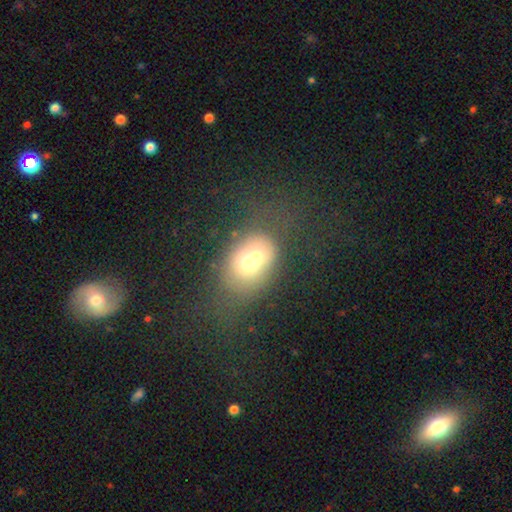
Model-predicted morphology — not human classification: Smooth or featured?
  - smooth: 60% *
  - featured or disk: 26%
  - star or artifact: 14%
How rounded?
  - in between: 51% *
  - round: 48%
  - cigar-shaped: 1%
Merging?
  - merger: 60% *
  - none: 22%
  - minor disturbance: 9%
  - major disturbance: 8%